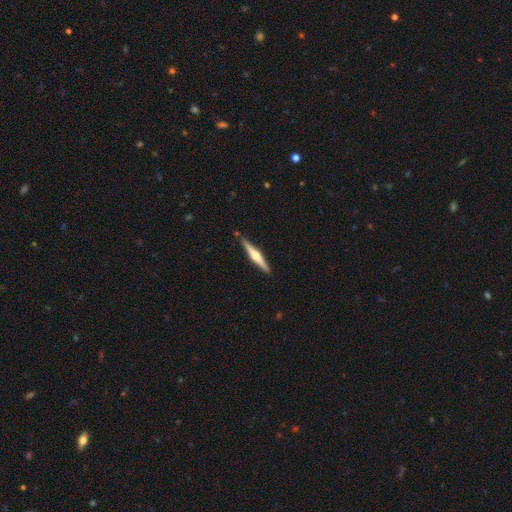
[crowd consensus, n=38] This appears to be a featured or disk galaxy (61%) viewed edge-on (87%) with a rounded central bulge (95%). Merging: none (87%).